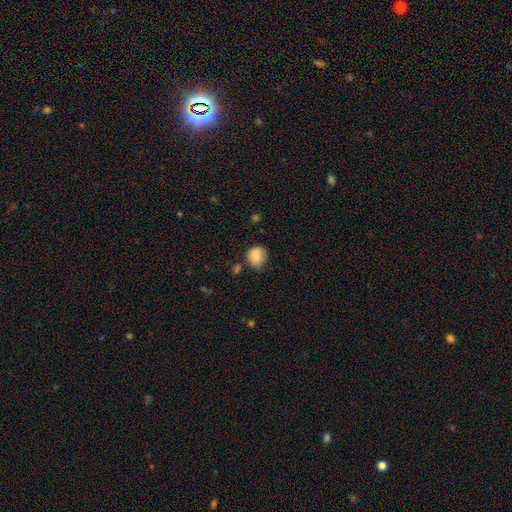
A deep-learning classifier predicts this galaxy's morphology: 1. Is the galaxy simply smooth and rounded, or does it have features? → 82% smooth, 9% featured or disk, 9% star or artifact.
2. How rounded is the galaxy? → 72% round, 27% in between, 1% cigar-shaped.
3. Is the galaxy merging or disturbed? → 59% none, 30% minor disturbance, 7% major disturbance, 4% merger.